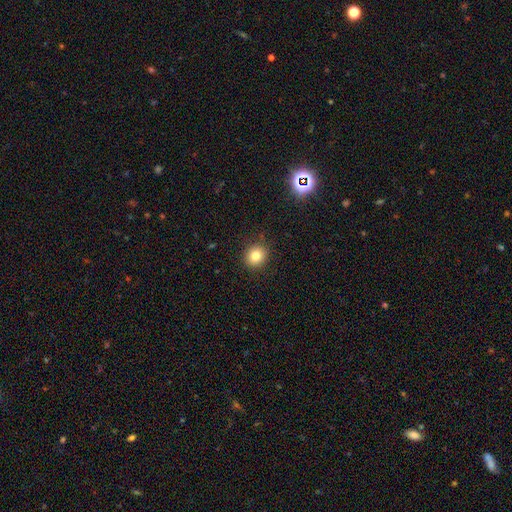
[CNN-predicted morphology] smooth-or-featured: smooth: 81% | star or artifact: 12% | featured or disk: 7%
  how-rounded: round: 79% | in between: 20% | cigar-shaped: 1%
  merging: none: 90% | minor disturbance: 7% | major disturbance: 2% | merger: 1%